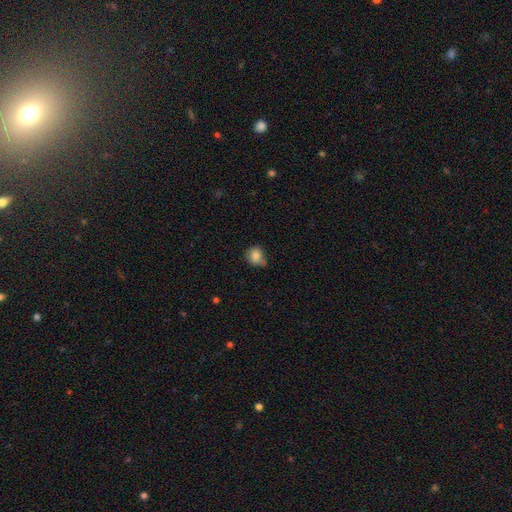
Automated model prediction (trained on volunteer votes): The model was most divided on "merging": none: 55%, minor disturbance: 32%, merger: 7%, major disturbance: 6%. More confident: smooth or featured — smooth (81%); how rounded — round (76%).